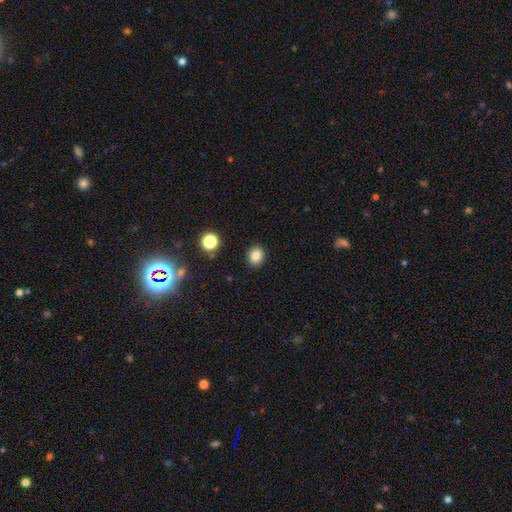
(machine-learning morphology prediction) smooth_or_featured: smooth (p=0.84) [alt: star or artifact p=0.11]
how_rounded: round (p=0.60) [alt: in between p=0.39]
merging: none (p=0.90) [alt: minor disturbance p=0.07]